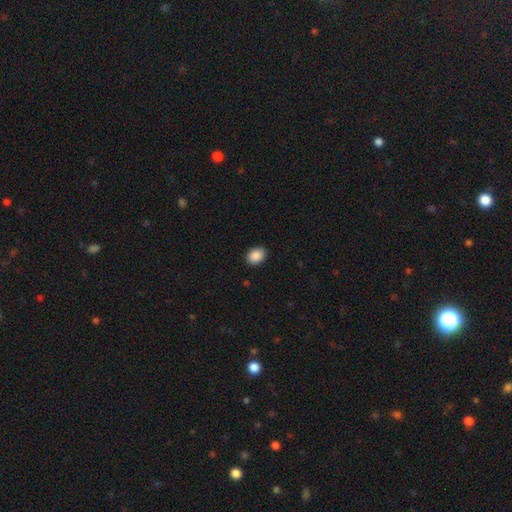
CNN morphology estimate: smooth_or_featured: smooth (p=0.89) [alt: star or artifact p=0.08]
how_rounded: in between (p=0.58) [alt: round p=0.41]
merging: none (p=0.89) [alt: minor disturbance p=0.08]